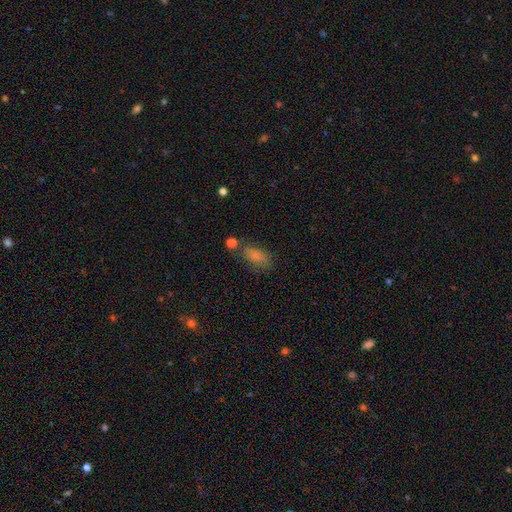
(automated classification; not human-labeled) Smooth or featured? Predicted: smooth (p=0.78). How rounded? Predicted: in between (p=0.87). Merging? Predicted: none (p=0.60).